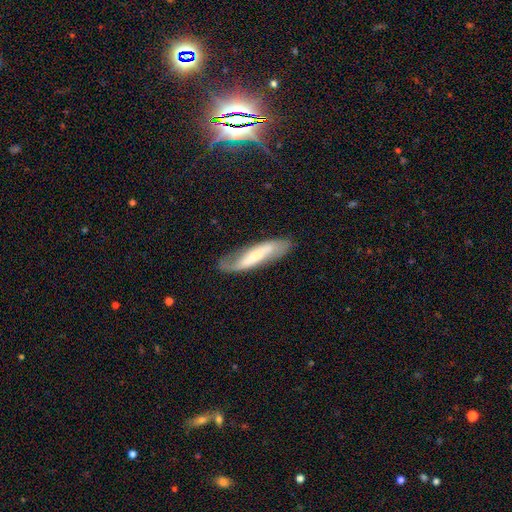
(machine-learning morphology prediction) featured or disk 56%, smooth 37%, star or artifact 7%. Down the decision tree: edge-on disk — no (72%); merging — none (66%).